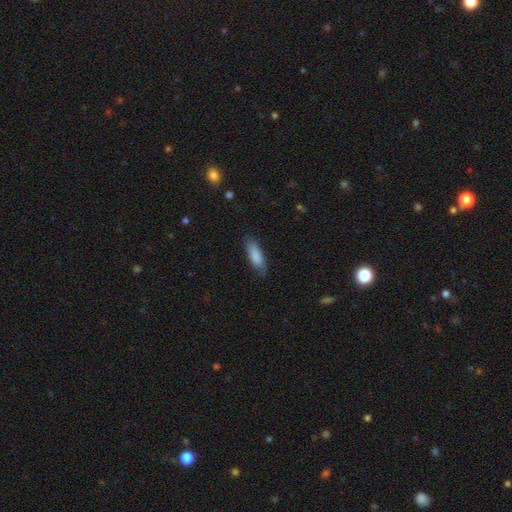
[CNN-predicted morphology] Smooth or featured: smooth — 85% (featured or disk — 9%)
How rounded: in between — 57% (cigar-shaped — 42%)
Merging: none — 81% (minor disturbance — 15%)